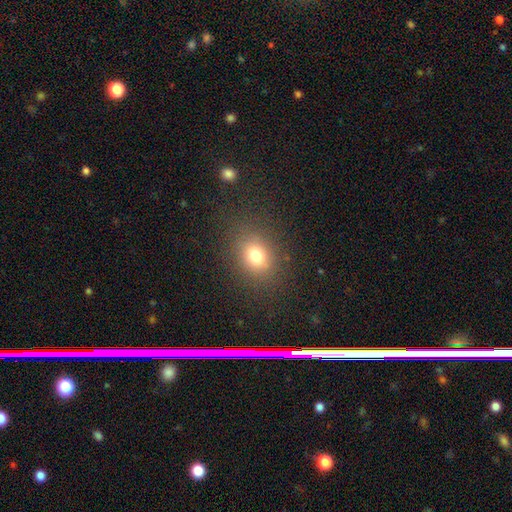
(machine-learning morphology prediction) Overall: smooth (76%). How rounded: round (50%; in between 49%). Merging: none (83%).